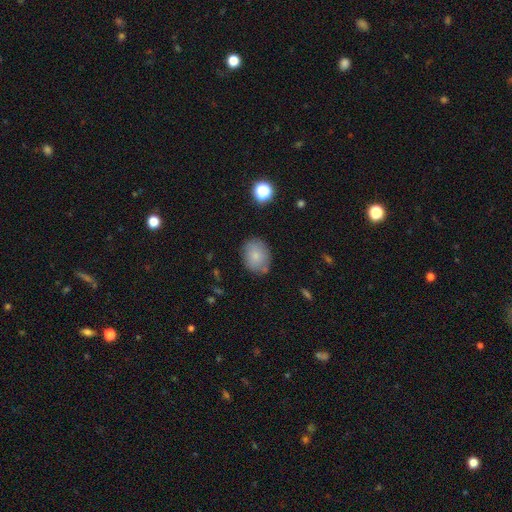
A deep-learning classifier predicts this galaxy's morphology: A smooth galaxy with no disk features (80%) that is in between round and cigar-shaped (54%).

Vote fractions:
- Smooth or featured? smooth: 80% / featured or disk: 11% / star or artifact: 9%
- How rounded? in between: 54% / round: 45% / cigar-shaped: 1%
- Merging? none: 75% / minor disturbance: 17% / major disturbance: 4% / merger: 4%